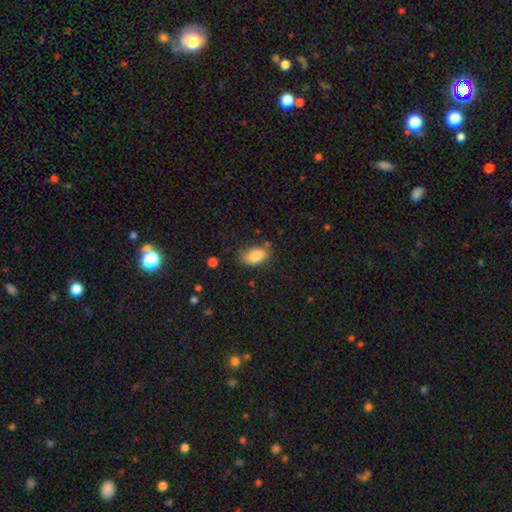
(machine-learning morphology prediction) smooth_or_featured: smooth (p=0.85) [alt: star or artifact p=0.08]
how_rounded: in between (p=0.90) [alt: round p=0.07]
merging: none (p=0.70) [alt: minor disturbance p=0.22]